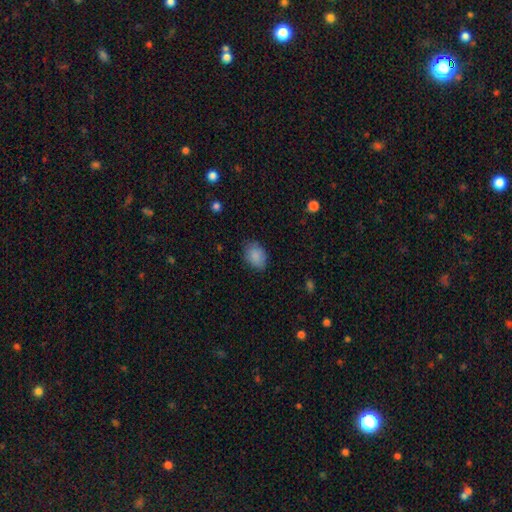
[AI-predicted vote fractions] smooth_or_featured: smooth (p=0.87) [alt: star or artifact p=0.08]
how_rounded: in between (p=0.73) [alt: round p=0.26]
merging: none (p=0.79) [alt: minor disturbance p=0.16]